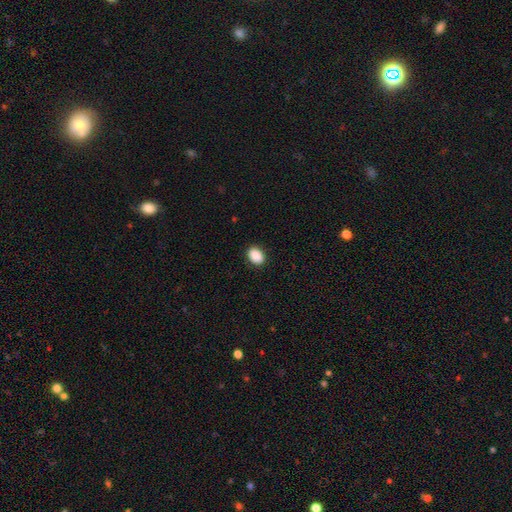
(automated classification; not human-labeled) A smooth galaxy with no disk features (90%) that is in between round and cigar-shaped (74%).

Vote fractions:
- Smooth or featured? smooth: 90% / star or artifact: 8% / featured or disk: 2%
- How rounded? in between: 74% / round: 25% / cigar-shaped: 1%
- Merging? none: 89% / minor disturbance: 8% / major disturbance: 2% / merger: 1%